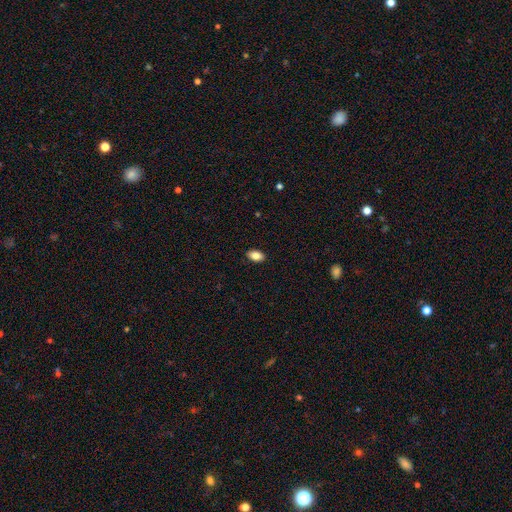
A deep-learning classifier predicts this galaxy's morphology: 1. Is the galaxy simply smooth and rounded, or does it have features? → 86% smooth, 8% star or artifact, 6% featured or disk.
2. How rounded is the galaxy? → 91% in between, 7% round, 2% cigar-shaped.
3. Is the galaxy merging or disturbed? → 89% none, 8% minor disturbance, 2% major disturbance, 1% merger.